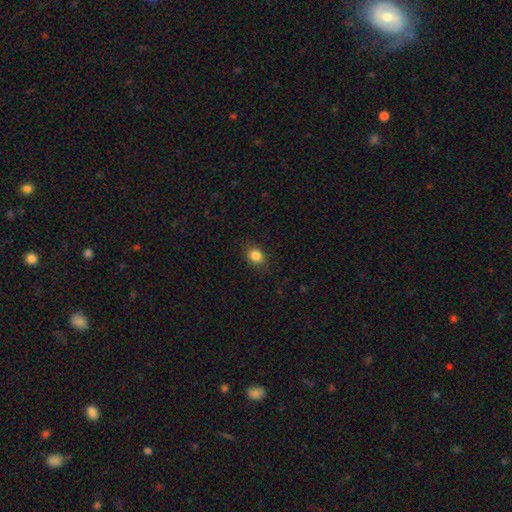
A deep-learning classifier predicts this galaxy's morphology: type=smooth (85%); roundness=in between (52%); merging=none (85%).